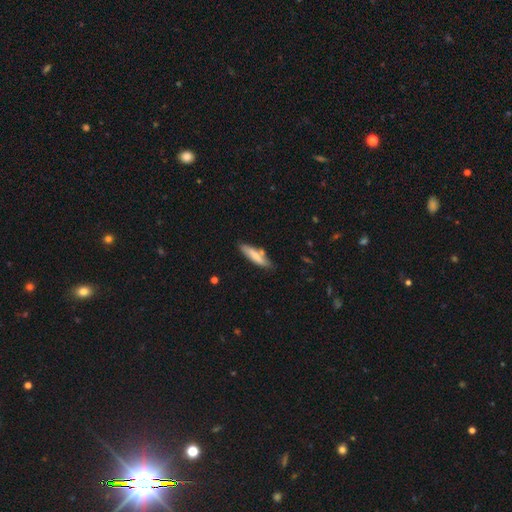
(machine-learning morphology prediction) Smooth or featured: smooth — 66% (featured or disk — 28%)
How rounded: cigar-shaped — 69% (in between — 30%)
Merging: none — 74% (minor disturbance — 16%)